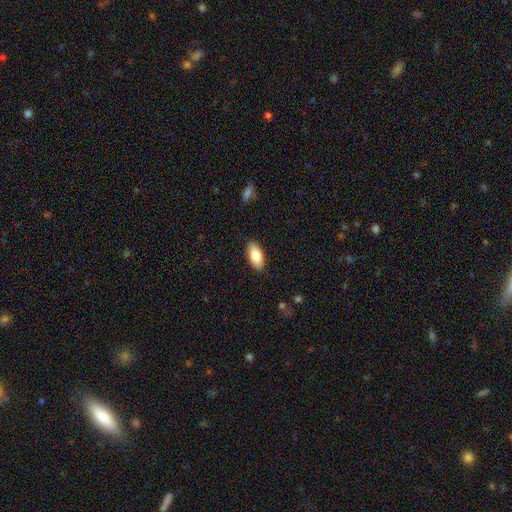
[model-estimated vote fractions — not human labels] This appears to be a smooth galaxy with no disk features (84%) that is in between round and cigar-shaped (88%). Merging: none (88%).